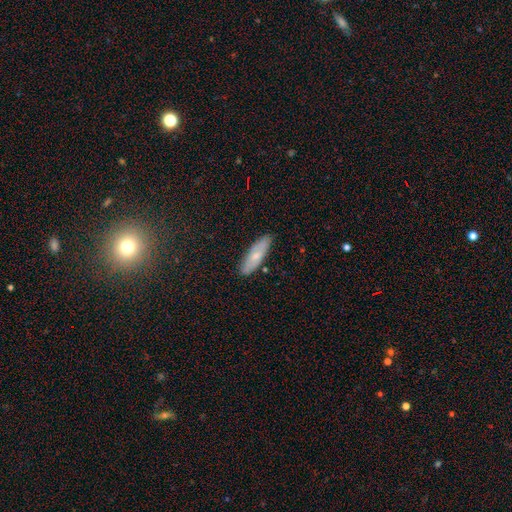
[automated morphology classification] type=smooth (64%); roundness=cigar-shaped (53%); merging=none (85%).